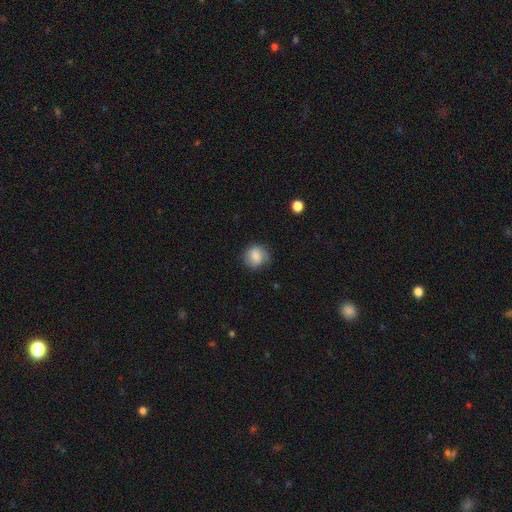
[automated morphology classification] This is likely a smooth galaxy (74%). How rounded: likely round (77%). Merging: likely none (66%).